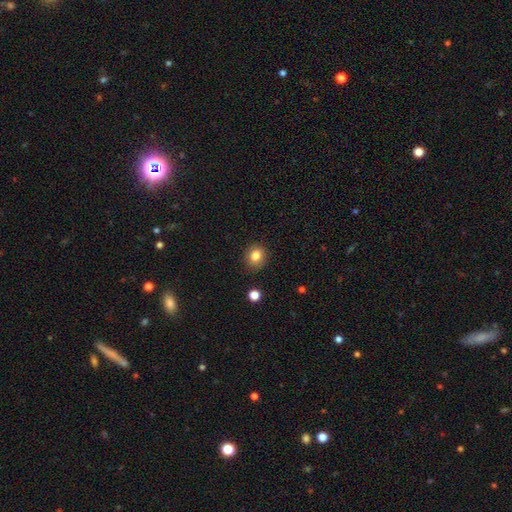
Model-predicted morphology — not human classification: Q: Smooth or featured?
A: smooth (83%); runner-up: star or artifact (11%)
Q: How rounded?
A: round (76%); runner-up: in between (23%)
Q: Merging?
A: none (89%); runner-up: minor disturbance (8%)